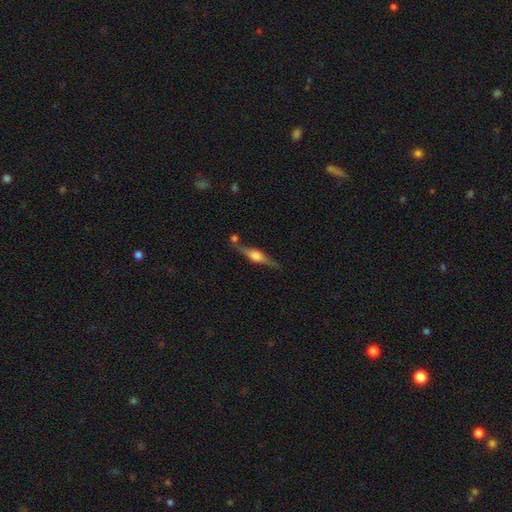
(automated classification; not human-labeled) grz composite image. It shows a featured or disk galaxy (82%) viewed edge-on (97%) with a rounded central bulge (89%). Merging: none (77%).